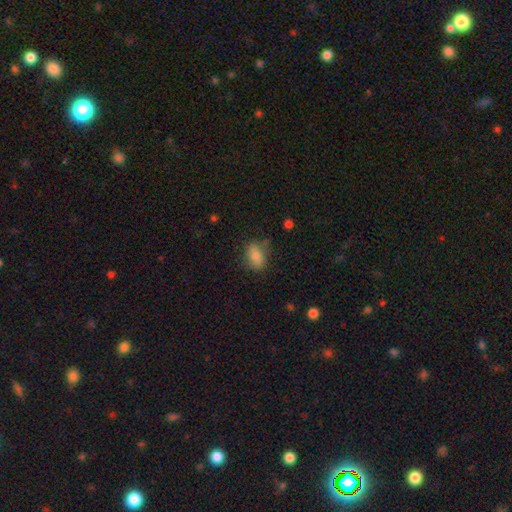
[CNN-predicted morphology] smooth-or-featured: smooth: 82% | star or artifact: 9% | featured or disk: 9%
  how-rounded: in between: 82% | round: 15% | cigar-shaped: 3%
  merging: none: 72% | minor disturbance: 20% | major disturbance: 6% | merger: 2%